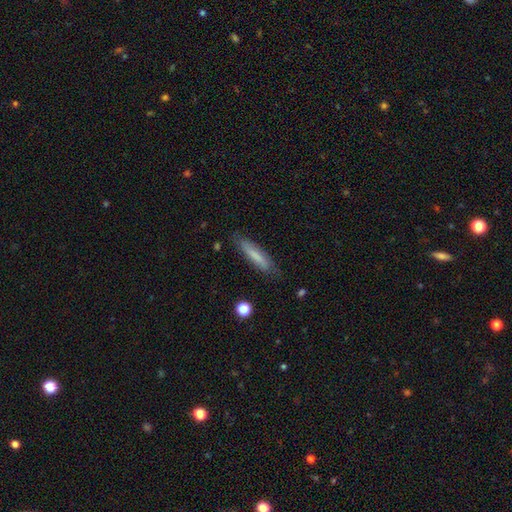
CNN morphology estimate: type=smooth (69%); roundness=cigar-shaped (83%); merging=none (80%).